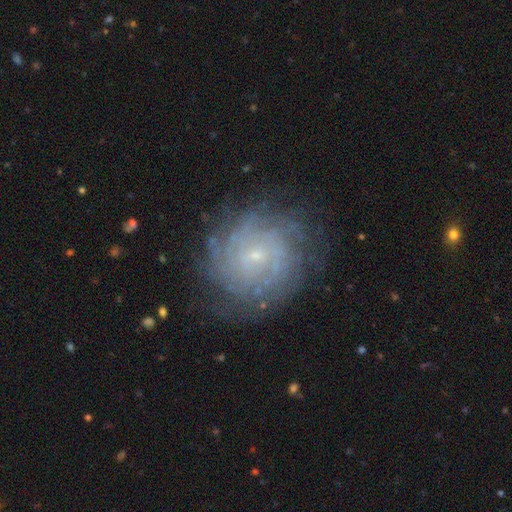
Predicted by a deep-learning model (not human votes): This appears to be a featured or disk galaxy (75%) with no bar (72%), tight (77%) spiral arms (92%) and a small central bulge (86%). Merging: none (79%).